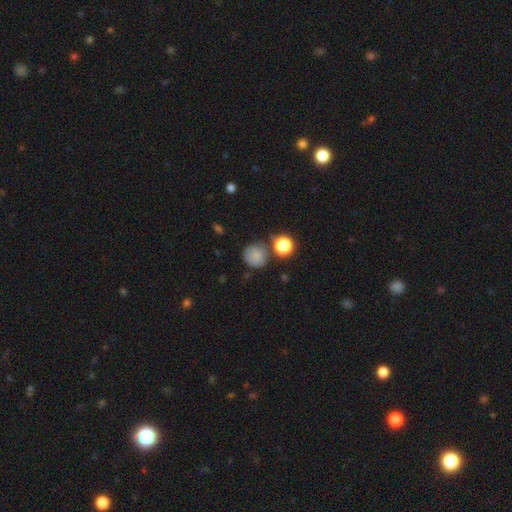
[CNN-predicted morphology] This is likely a smooth galaxy (80%). How rounded: clearly round (90%). Merging: likely none (69%).